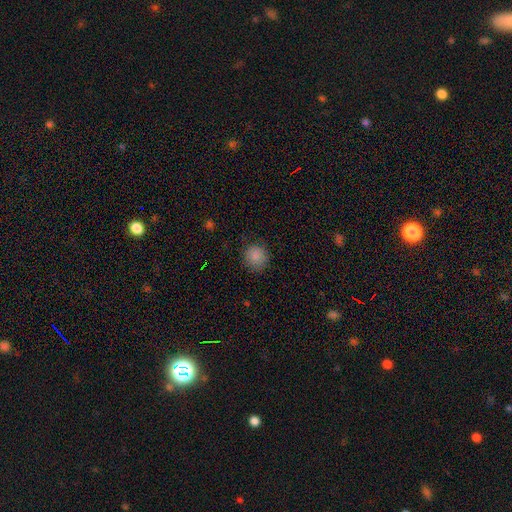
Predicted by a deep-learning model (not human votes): This is clearly a smooth galaxy (87%). How rounded: clearly round (89%). Merging: clearly none (86%).